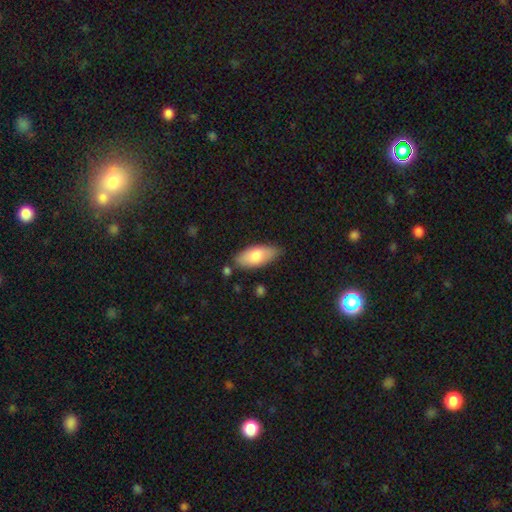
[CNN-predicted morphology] Overall: smooth (77%). How rounded: in between (85%). Merging: none (77%).